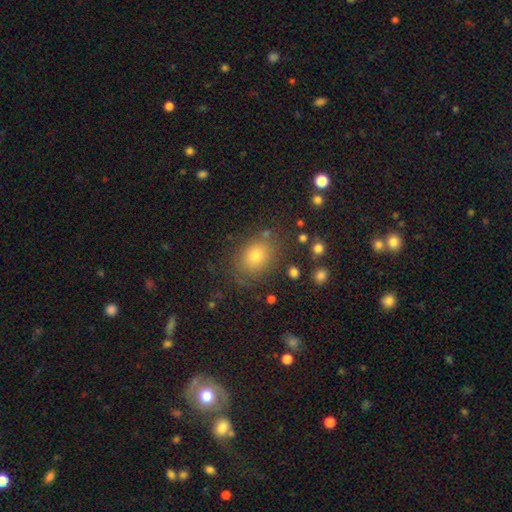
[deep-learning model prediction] smooth-or-featured: smooth: 73% | star or artifact: 16% | featured or disk: 11%
  how-rounded: in between: 52% | round: 46% | cigar-shaped: 1%
  merging: none: 79% | minor disturbance: 13% | major disturbance: 5% | merger: 3%